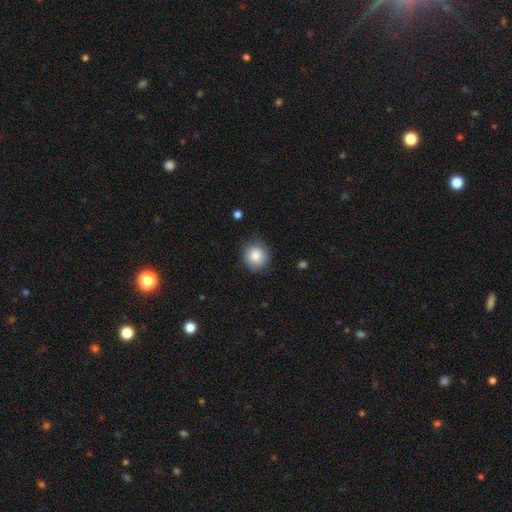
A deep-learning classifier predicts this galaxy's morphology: Smooth or featured: smooth — 86% (star or artifact — 8%)
How rounded: round — 85% (in between — 14%)
Merging: none — 83% (minor disturbance — 13%)